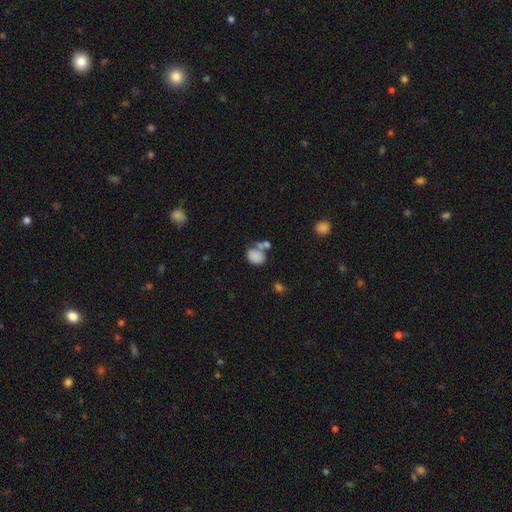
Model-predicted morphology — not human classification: Smooth or featured? Predicted: smooth (p=0.81). How rounded? Predicted: in between (p=0.59). Merging? Predicted: none (p=0.41).